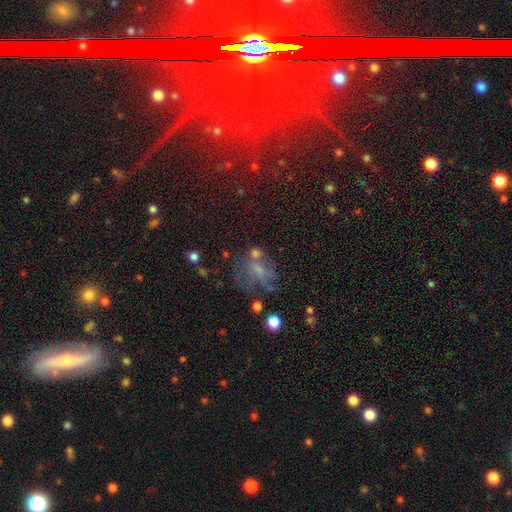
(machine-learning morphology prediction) Overall: featured or disk (34%, tied with smooth). Merging: none (45%; major disturbance 22%).